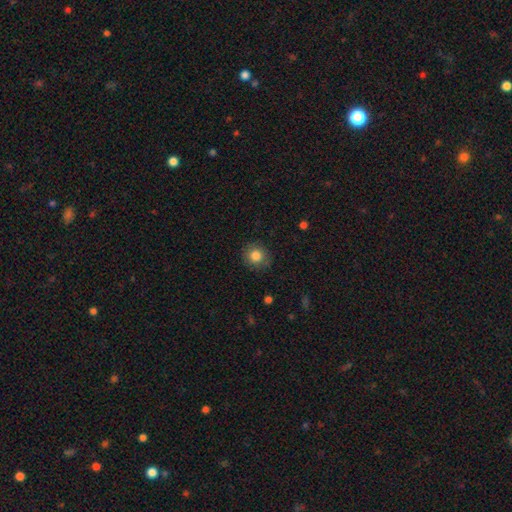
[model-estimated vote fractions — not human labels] smooth-or-featured: smooth: 83% | star or artifact: 10% | featured or disk: 7%
  how-rounded: round: 88% | in between: 11% | cigar-shaped: 1%
  merging: none: 85% | minor disturbance: 11% | major disturbance: 3% | merger: 1%